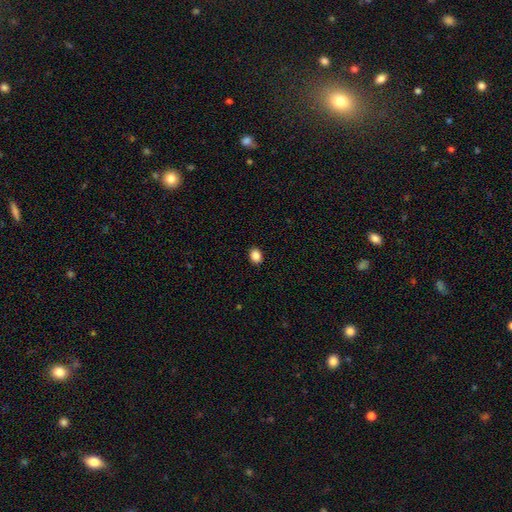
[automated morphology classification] smooth_or_featured: smooth (p=0.87) [alt: star or artifact p=0.09]
how_rounded: in between (p=0.58) [alt: round p=0.41]
merging: none (p=0.91) [alt: minor disturbance p=0.06]